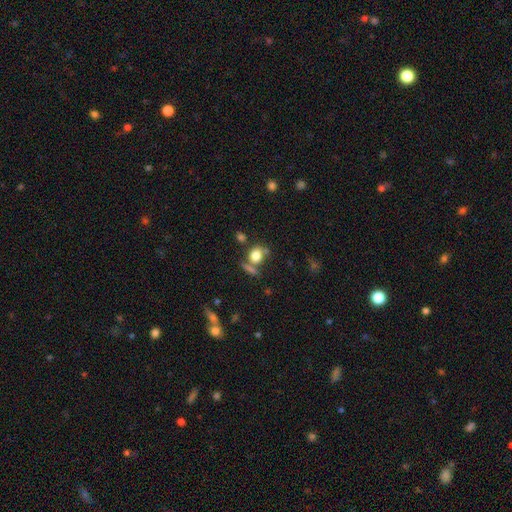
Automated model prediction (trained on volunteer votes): A smooth galaxy with no disk features (78%) that is round (69%). Merging: none (56%).